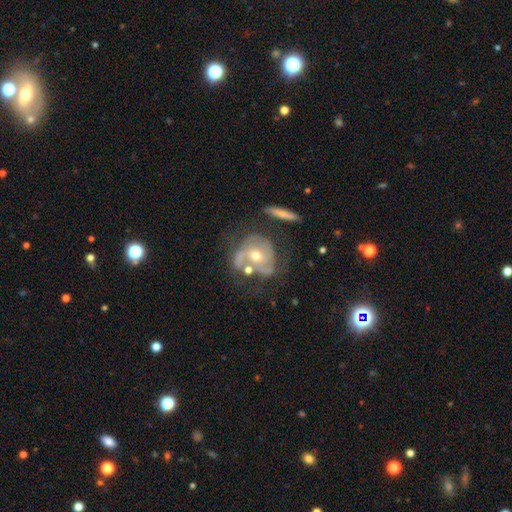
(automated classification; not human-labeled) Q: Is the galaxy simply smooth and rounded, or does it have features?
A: featured or disk — 77%.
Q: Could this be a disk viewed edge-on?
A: no — 96%.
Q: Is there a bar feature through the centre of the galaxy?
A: no — 64%.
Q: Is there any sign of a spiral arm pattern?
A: yes — 82%.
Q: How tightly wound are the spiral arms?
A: medium — 43%.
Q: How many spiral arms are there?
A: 2 — 44%.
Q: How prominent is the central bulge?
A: moderate — 57%.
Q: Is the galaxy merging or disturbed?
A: none — 40%.